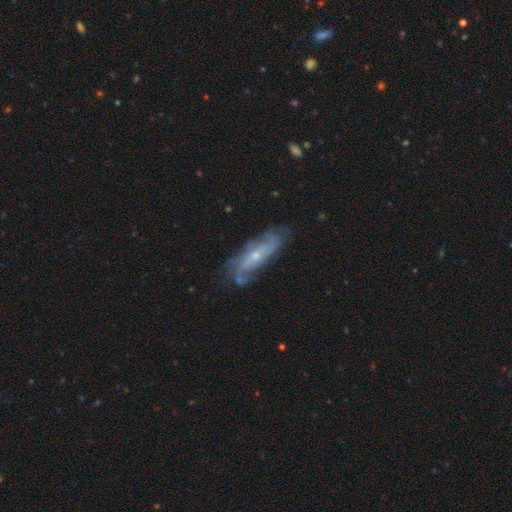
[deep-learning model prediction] This appears to be a featured or disk galaxy (72%) with no bar (64%), spiral arms (83%) and a small central bulge (69%). Merging: none (67%).